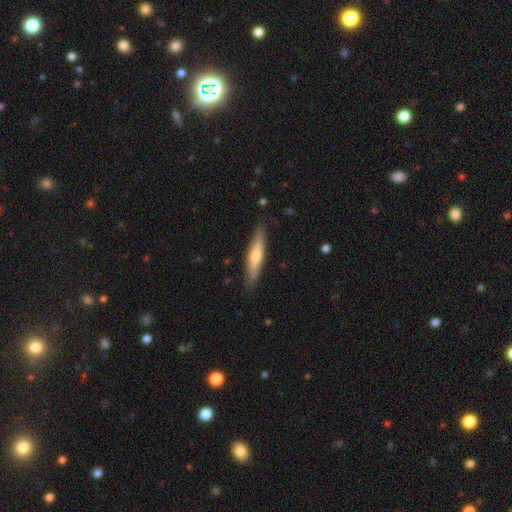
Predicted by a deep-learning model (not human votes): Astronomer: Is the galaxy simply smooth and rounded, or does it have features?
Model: smooth — 48% (runner-up: featured or disk, 46%).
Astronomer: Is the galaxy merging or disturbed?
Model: none — 87%.